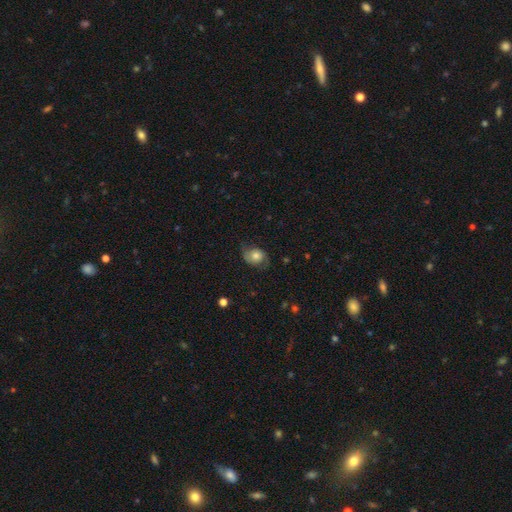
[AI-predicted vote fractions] A featured or disk galaxy (52%) with no bar (78%), spiral arms (84%) and a moderate central bulge (58%). Merging: none (66%).